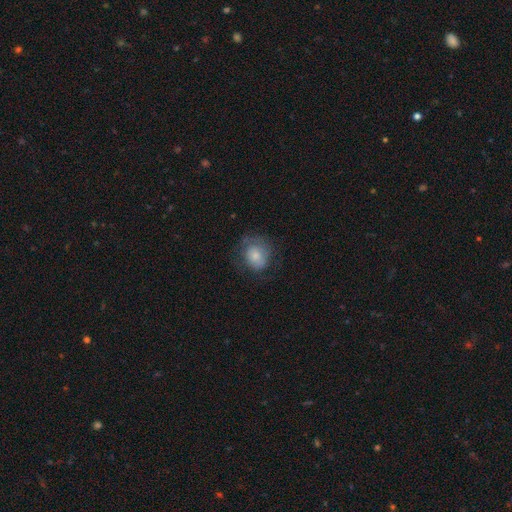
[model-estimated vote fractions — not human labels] Q: Smooth or featured?
A: smooth (69%); runner-up: featured or disk (23%)
Q: How rounded?
A: round (70%); runner-up: in between (29%)
Q: Merging?
A: none (59%); runner-up: minor disturbance (24%)